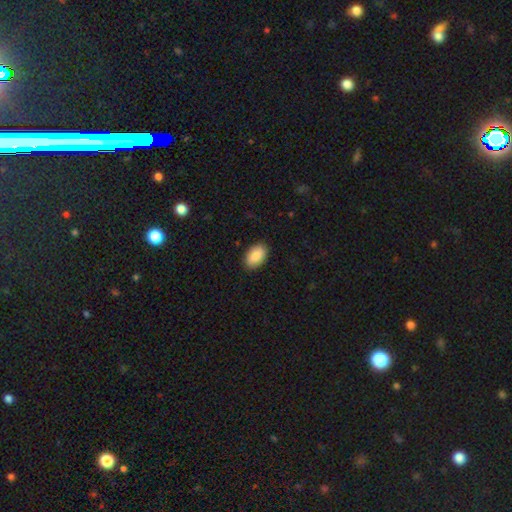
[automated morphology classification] smooth 89%, star or artifact 6%, featured or disk 5%. Down the decision tree: how rounded — in between (92%); merging — none (88%).